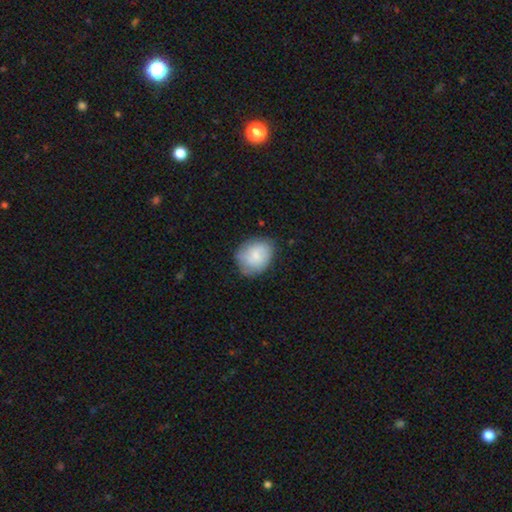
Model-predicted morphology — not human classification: Smooth or featured? Predicted: smooth (p=0.72). How rounded? Predicted: round (p=0.54). Merging? Predicted: none (p=0.68).